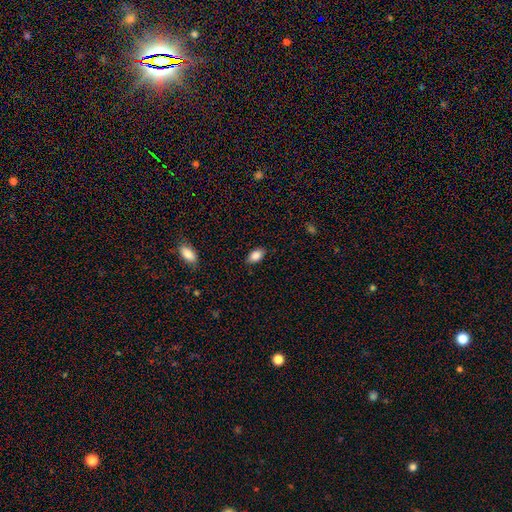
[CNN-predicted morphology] Smooth or featured?
  - smooth: 86% *
  - star or artifact: 8%
  - featured or disk: 6%
How rounded?
  - in between: 91% *
  - round: 7%
  - cigar-shaped: 3%
Merging?
  - none: 85% *
  - minor disturbance: 11%
  - major disturbance: 2%
  - merger: 1%